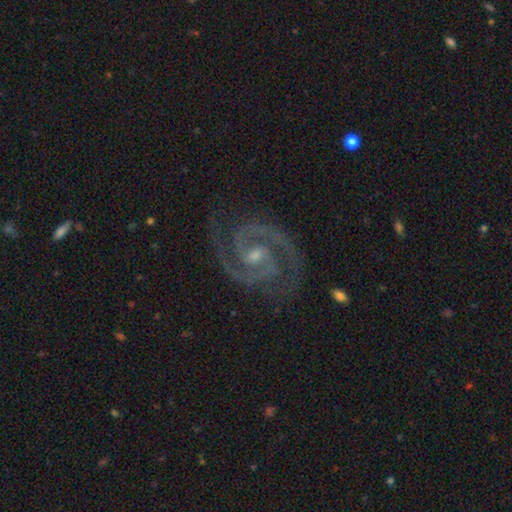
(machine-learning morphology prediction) This is clearly a featured or disk galaxy (94%). It is clearly not viewed edge-on (98%). Bar: possibly weak (51%). Spiral arm pattern: clearly yes (99%). Spiral arm count: clearly 2 (91%). Spiral winding: possibly medium (50%). Central bulge: possibly moderate (47%). Merging: clearly none (81%).